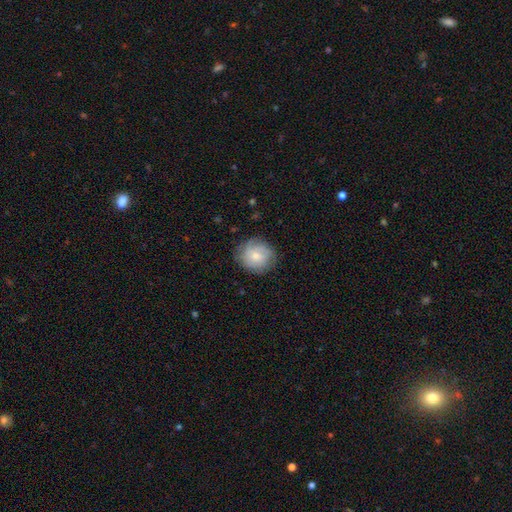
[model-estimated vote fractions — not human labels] Smooth or featured: smooth — 62% (featured or disk — 30%)
How rounded: round — 85% (in between — 14%)
Merging: none — 78% (minor disturbance — 17%)